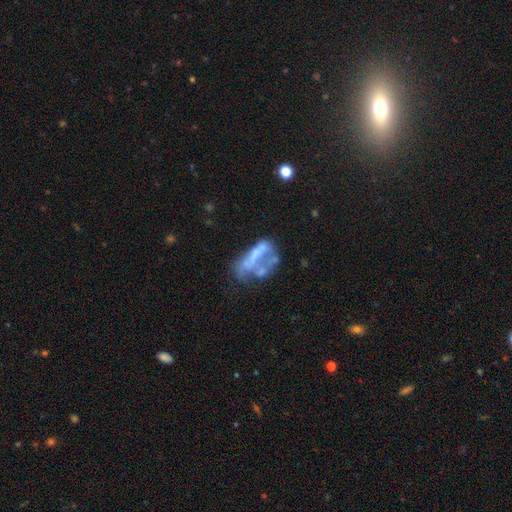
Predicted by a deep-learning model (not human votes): A featured or disk galaxy (61%) with no bar (83%), no spiral arms (91%) and no central bulge (70%). Merging: major disturbance (32%).